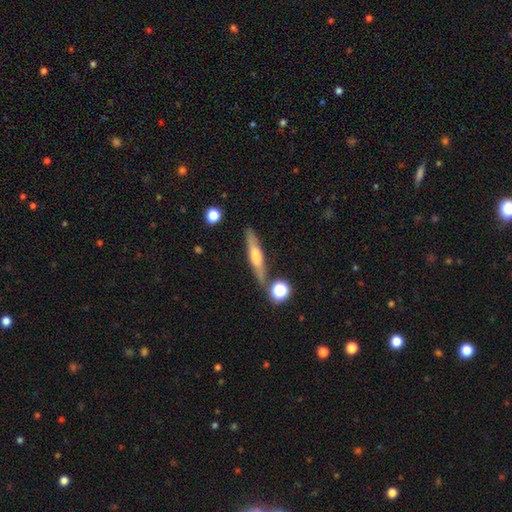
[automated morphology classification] Smooth or featured? Predicted: featured or disk (p=0.54). Edge-on disk? Predicted: yes (p=0.93). Edge-on bulge? Predicted: rounded (p=0.66). Merging? Predicted: none (p=0.77).